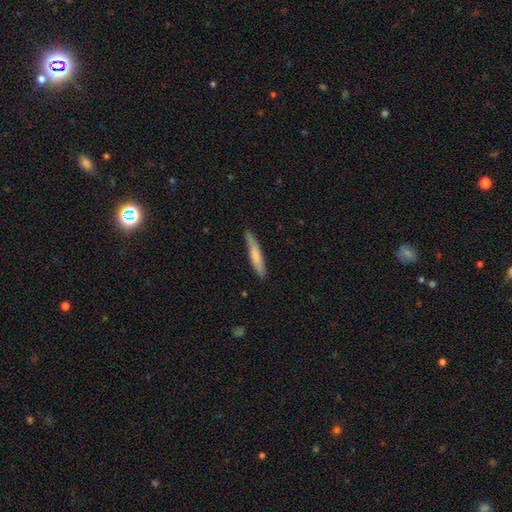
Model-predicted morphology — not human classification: A smooth galaxy with no disk features (70%) that is cigar-shaped (92%).

Vote fractions:
- Smooth or featured? smooth: 70% / featured or disk: 25% / star or artifact: 5%
- How rounded? cigar-shaped: 92% / in between: 7% / round: 1%
- Merging? none: 81% / minor disturbance: 15% / major disturbance: 2% / merger: 2%